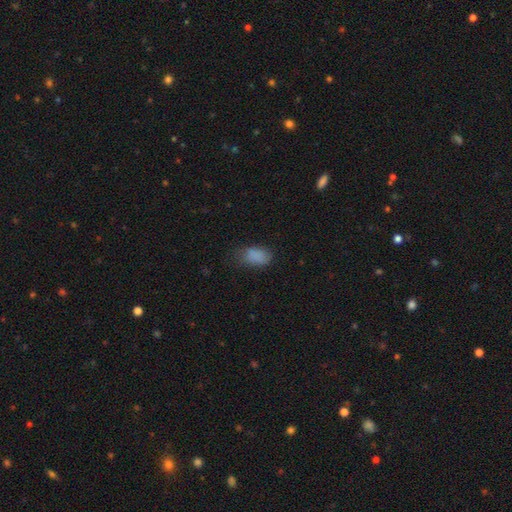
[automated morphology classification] A smooth galaxy with no disk features (84%) that is in between round and cigar-shaped (91%).

Vote fractions:
- Smooth or featured? smooth: 84% / star or artifact: 10% / featured or disk: 6%
- How rounded? in between: 91% / round: 6% / cigar-shaped: 2%
- Merging? none: 57% / minor disturbance: 30% / major disturbance: 11% / merger: 2%